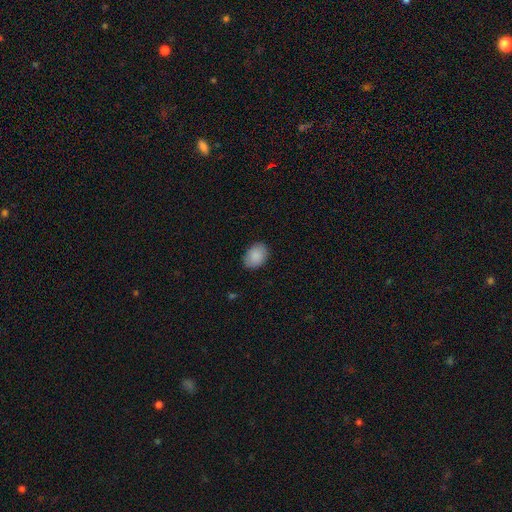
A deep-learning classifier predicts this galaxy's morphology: This is clearly a smooth galaxy (89%). How rounded: likely in between (72%). Merging: clearly none (85%).